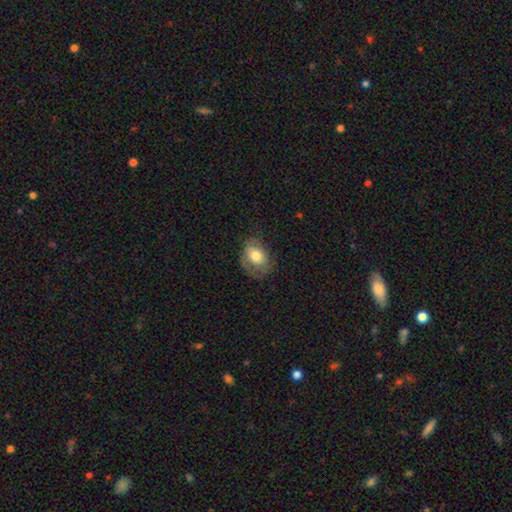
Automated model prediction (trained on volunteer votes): A smooth galaxy with no disk features (64%) that is in between round and cigar-shaped (68%). Merging: none (52%).